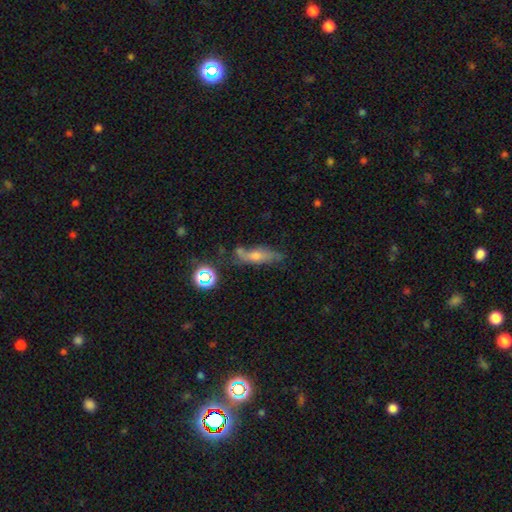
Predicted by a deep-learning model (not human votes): This appears to be a smooth galaxy with no disk features (44%). Merging: none (59%).